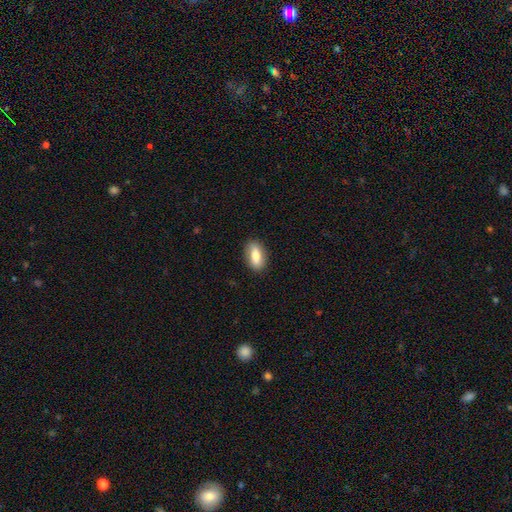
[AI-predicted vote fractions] This appears to be a smooth galaxy with no disk features (78%) that is in between round and cigar-shaped (84%). Merging: none (87%).